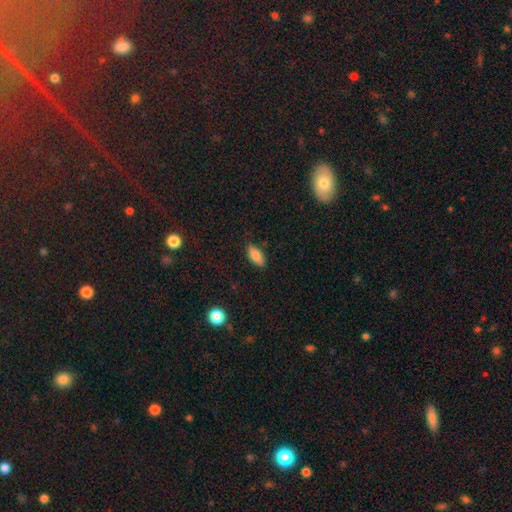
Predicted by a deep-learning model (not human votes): Smooth or featured?
  - smooth: 81% *
  - featured or disk: 11%
  - star or artifact: 8%
How rounded?
  - in between: 84% *
  - cigar-shaped: 14%
  - round: 3%
Merging?
  - none: 82% *
  - minor disturbance: 15%
  - major disturbance: 3%
  - merger: 1%